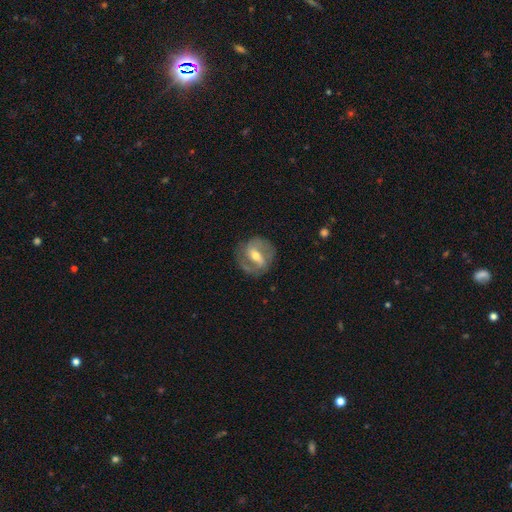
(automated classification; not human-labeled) Morphology: type=featured or disk (74%); edge-on=no (94%); bar=strong (51%); spiral arms=yes (71%); bulge=moderate (68%); merging=none (78%).